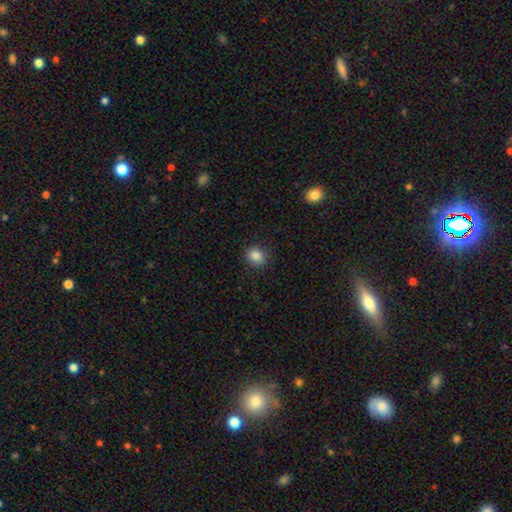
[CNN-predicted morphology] This appears to be a smooth galaxy with no disk features (85%) that is round (71%). Merging: none (89%).